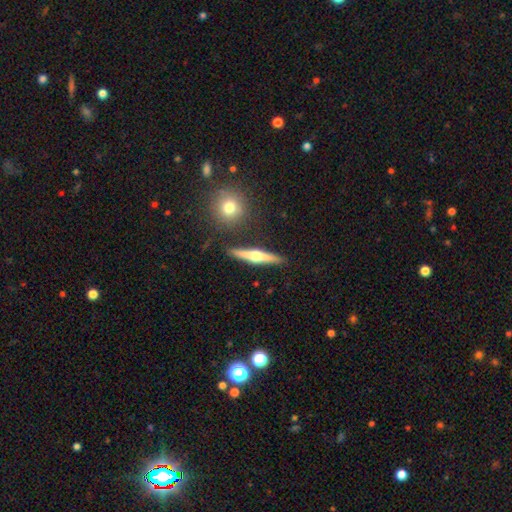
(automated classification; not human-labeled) A featured or disk galaxy (64%) viewed edge-on (96%) with a rounded central bulge (93%).

Vote fractions:
- Smooth or featured? featured or disk: 64% / smooth: 30% / star or artifact: 6%
- Edge-on disk? yes: 96% / no: 4%
- Edge-on bulge? rounded: 93% / boxy: 3% / none: 3%
- Merging? none: 87% / minor disturbance: 8% / merger: 4% / major disturbance: 2%